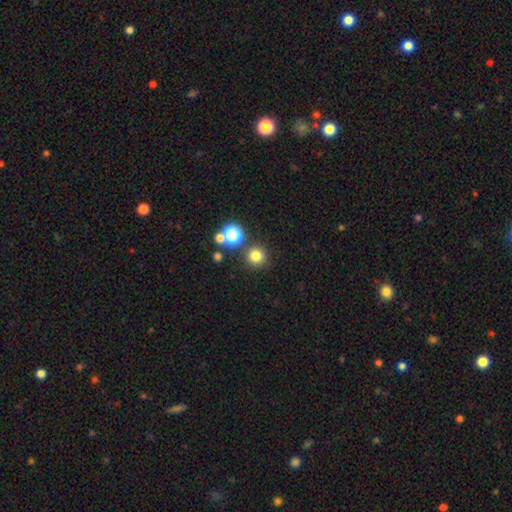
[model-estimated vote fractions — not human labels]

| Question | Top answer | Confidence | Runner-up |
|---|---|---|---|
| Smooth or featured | smooth | 77% | star or artifact (17%) |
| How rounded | round | 94% | in between (5%) |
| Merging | none | 84% | minor disturbance (7%) |